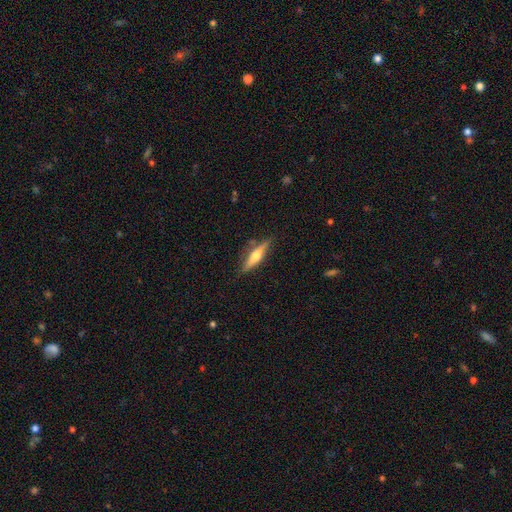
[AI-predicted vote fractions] The model was most divided on "smooth or featured": featured or disk: 59%, smooth: 35%, star or artifact: 6%. More confident: edge-on disk — yes (94%); edge-on bulge — rounded (92%); merging — none (81%).